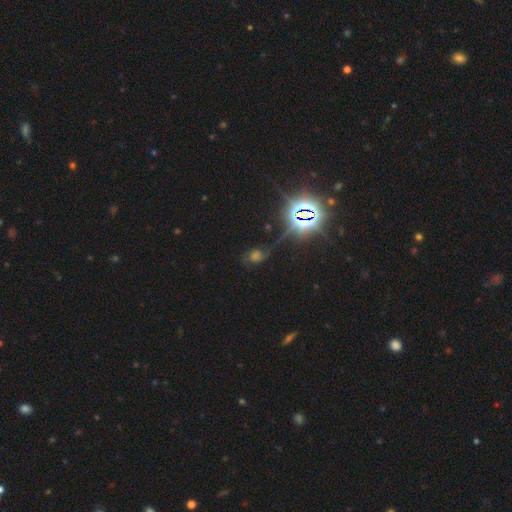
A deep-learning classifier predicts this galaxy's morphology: smooth_or_featured: star or artifact (p=0.63) [alt: smooth p=0.22]